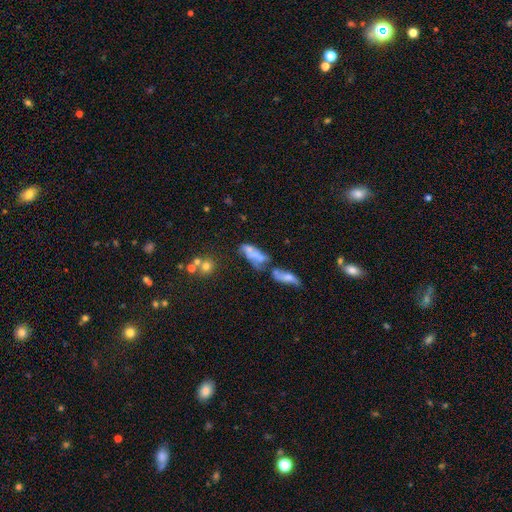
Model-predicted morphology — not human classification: Smooth or featured? smooth (52%)
How rounded? in between (70%)
Merging? merger (46%)